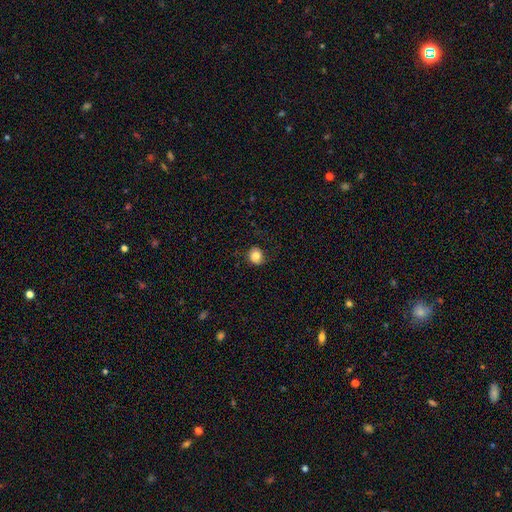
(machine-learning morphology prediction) The model was most divided on "how rounded": round: 72%, in between: 27%, cigar-shaped: 1%. More confident: smooth or featured — smooth (82%); merging — none (79%).